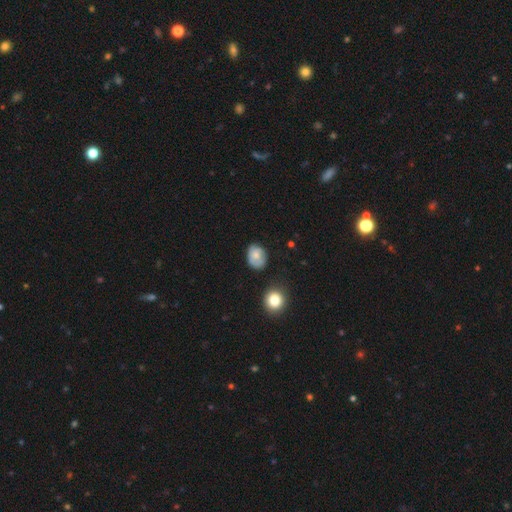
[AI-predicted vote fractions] smooth-or-featured: smooth: 69% | featured or disk: 23% | star or artifact: 8%
  how-rounded: in between: 56% | round: 43% | cigar-shaped: 1%
  merging: none: 60% | minor disturbance: 29% | major disturbance: 8% | merger: 3%